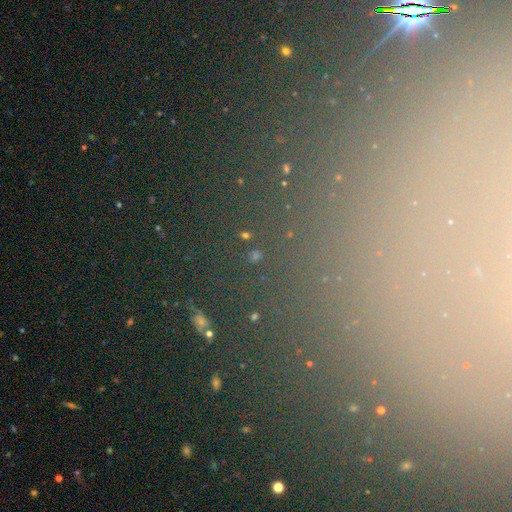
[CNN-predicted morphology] This is likely a star or artifact rather than a galaxy (67%).